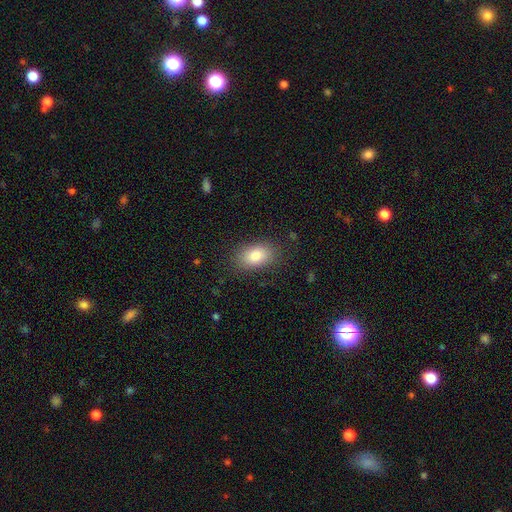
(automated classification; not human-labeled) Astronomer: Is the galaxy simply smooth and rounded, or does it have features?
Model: smooth — 83%.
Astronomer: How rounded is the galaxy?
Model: in between — 87%.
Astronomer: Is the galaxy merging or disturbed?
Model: none — 84%.